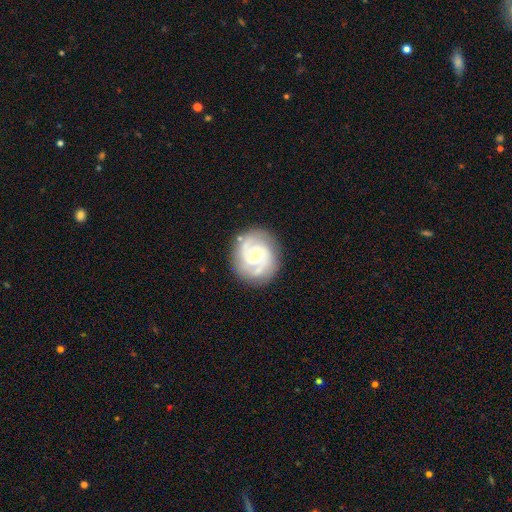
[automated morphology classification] The model was most divided on "spiral arm count": 2: 49%, 3: 29%, can't tell: 11%, 4: 4%, 1: 4%, more than 4: 3%. More confident: edge-on disk — no (98%); spiral arms — yes (97%); smooth or featured — featured or disk (87%); merging — none (81%); bulge size — small (72%); bar — no (68%); spiral winding — tight (61%).